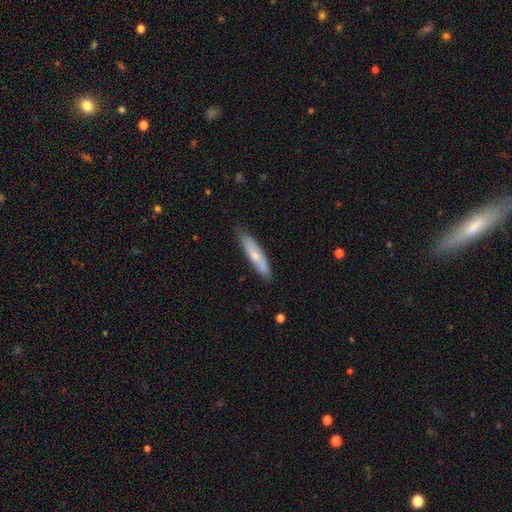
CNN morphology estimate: type=smooth (58%); roundness=cigar-shaped (80%); merging=none (80%).